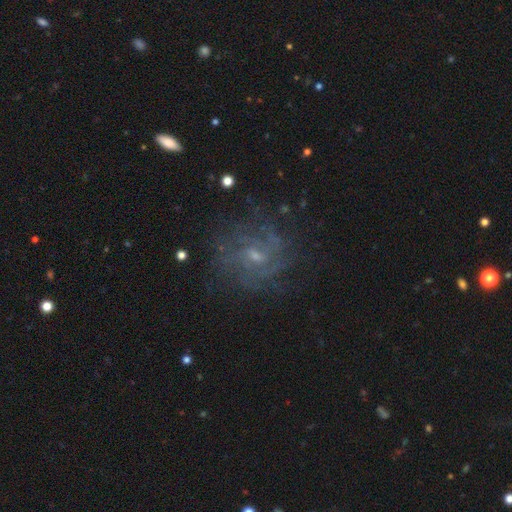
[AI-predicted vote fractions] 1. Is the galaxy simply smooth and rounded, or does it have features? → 72% featured or disk, 14% smooth, 14% star or artifact.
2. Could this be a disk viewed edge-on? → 97% no, 3% yes.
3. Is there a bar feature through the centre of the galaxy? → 47% no, 46% weak, 7% strong.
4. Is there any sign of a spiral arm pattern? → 83% yes, 17% no.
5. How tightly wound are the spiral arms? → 46% tight, 38% medium, 16% loose.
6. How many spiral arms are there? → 49% can't tell, 14% 2, 13% 3, 12% 4, 7% more than 4, 5% 1.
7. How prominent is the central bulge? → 61% small, 30% moderate, 6% none, 2% large, 1% dominant.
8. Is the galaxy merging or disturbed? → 71% none, 16% minor disturbance, 12% major disturbance, 2% merger.